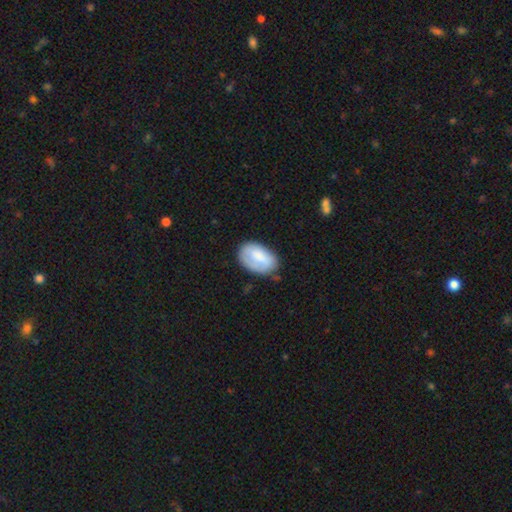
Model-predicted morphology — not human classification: This appears to be a smooth galaxy with no disk features (74%) that is in between round and cigar-shaped (91%). Merging: none (67%).